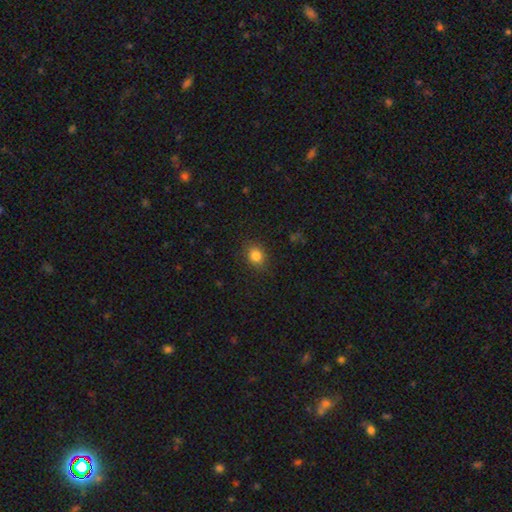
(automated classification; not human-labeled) This is clearly a smooth galaxy (83%). How rounded: possibly round (58%). Merging: clearly none (86%).